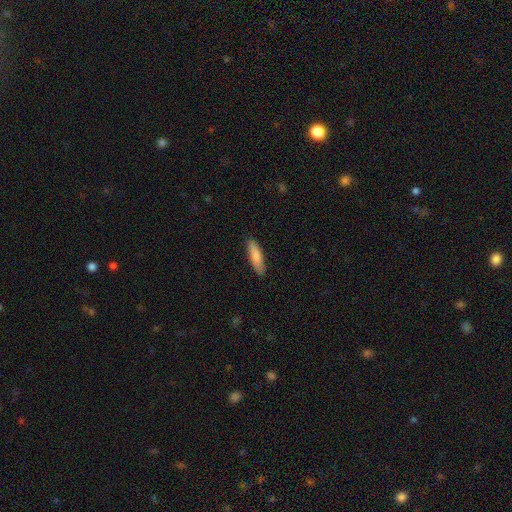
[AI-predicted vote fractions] smooth-or-featured: smooth: 83% | featured or disk: 11% | star or artifact: 5%
  how-rounded: cigar-shaped: 70% | in between: 28% | round: 1%
  merging: none: 88% | minor disturbance: 9% | major disturbance: 2% | merger: 1%